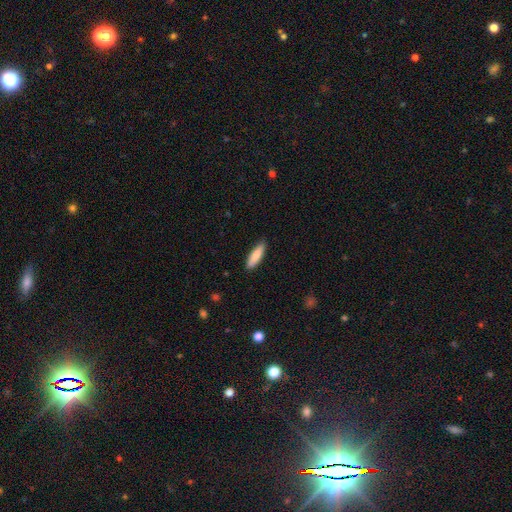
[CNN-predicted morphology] Q: Smooth or featured?
A: smooth (84%); runner-up: featured or disk (11%)
Q: How rounded?
A: cigar-shaped (59%); runner-up: in between (39%)
Q: Merging?
A: none (87%); runner-up: minor disturbance (10%)